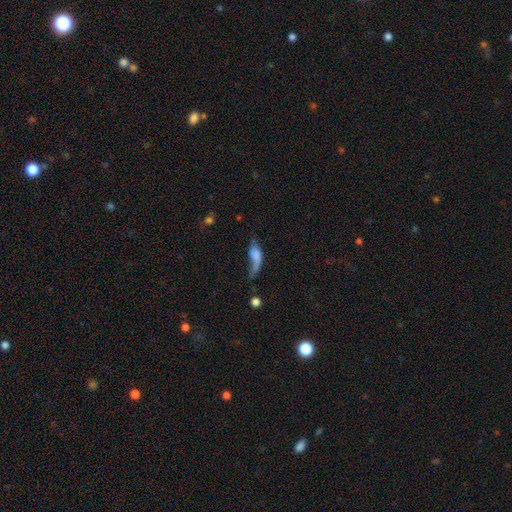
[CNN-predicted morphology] The model was most divided on "merging": major disturbance: 42%, minor disturbance: 25%, none: 25%, merger: 9%. More confident: how rounded — in between (68%); smooth or featured — smooth (56%).